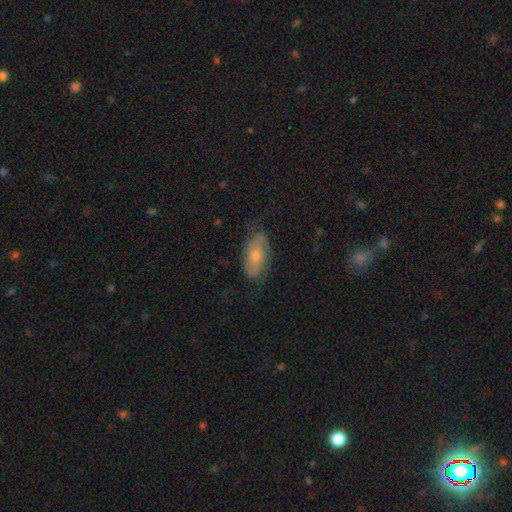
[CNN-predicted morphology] type=smooth (60%); roundness=in between (90%); merging=none (72%).